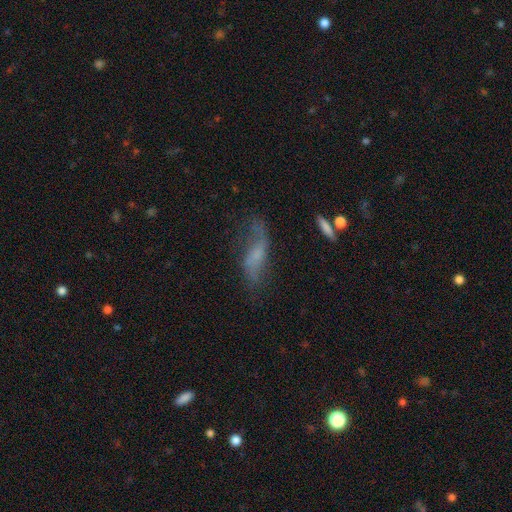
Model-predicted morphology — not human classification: Smooth or featured? featured or disk (52%)
Edge-on disk? no (81%)
Merging? none (49%)